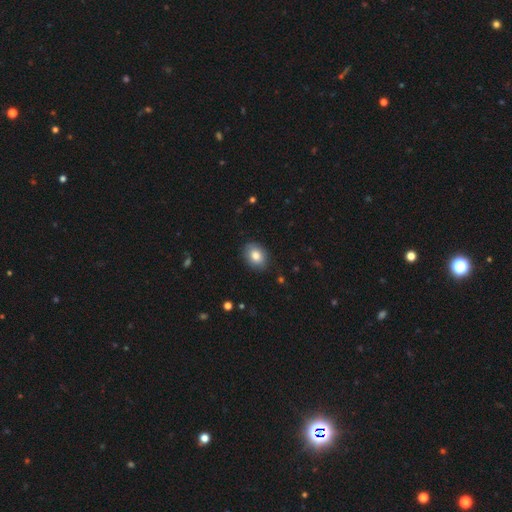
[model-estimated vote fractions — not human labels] The model was most divided on "how rounded": in between: 69%, round: 30%, cigar-shaped: 1%. More confident: merging — none (87%); smooth or featured — smooth (82%).